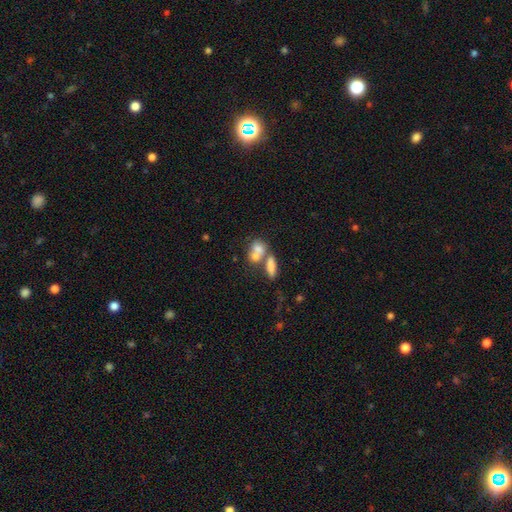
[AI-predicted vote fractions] Overall: smooth (72%). How rounded: in between (62%; round 32%). Merging: merger (62%; none 25%).